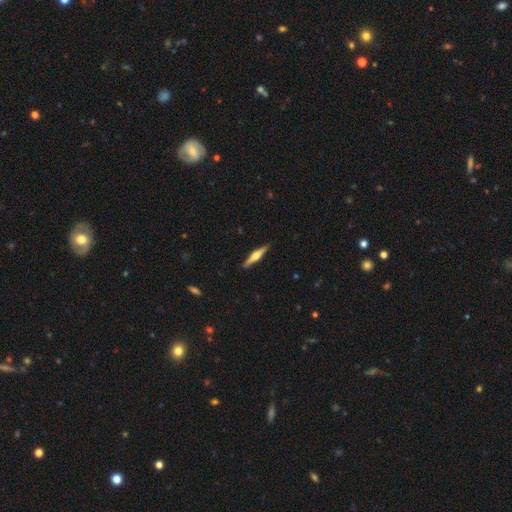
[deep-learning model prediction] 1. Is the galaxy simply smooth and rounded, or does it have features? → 68% featured or disk, 27% smooth, 5% star or artifact.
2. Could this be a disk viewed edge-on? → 98% yes, 2% no.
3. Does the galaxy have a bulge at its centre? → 87% rounded, 9% boxy, 4% none.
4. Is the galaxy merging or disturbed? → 90% none, 7% minor disturbance, 1% major disturbance, 1% merger.